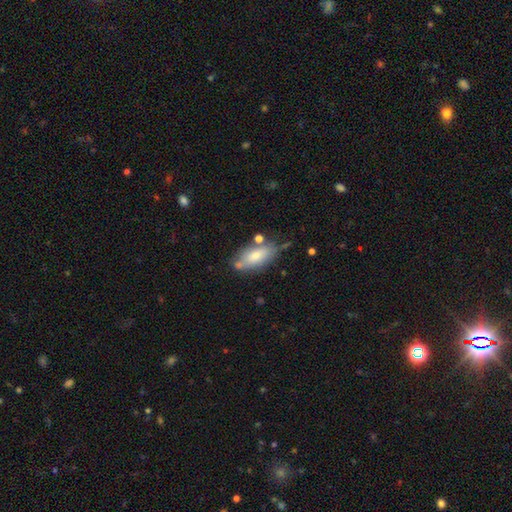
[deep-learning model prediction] smooth_or_featured: smooth (p=0.70) [alt: featured or disk p=0.23]
how_rounded: in between (p=0.86) [alt: cigar-shaped p=0.11]
merging: none (p=0.64) [alt: minor disturbance p=0.20]